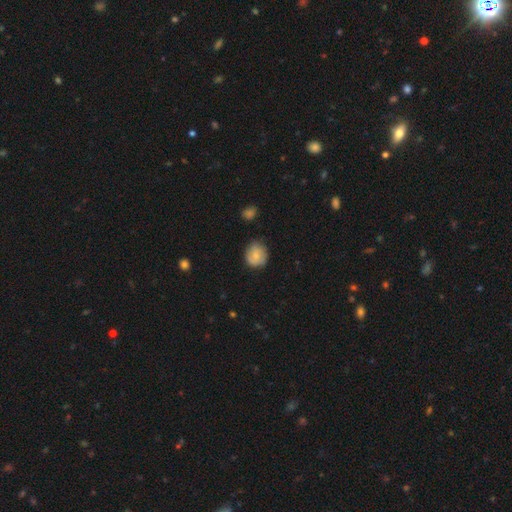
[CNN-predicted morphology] type=smooth (77%); roundness=round (79%); merging=none (72%).